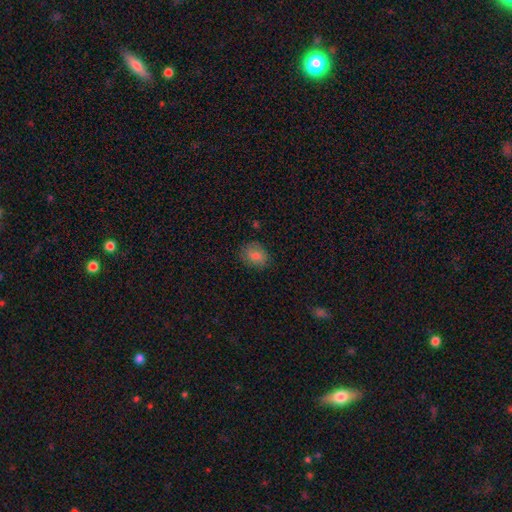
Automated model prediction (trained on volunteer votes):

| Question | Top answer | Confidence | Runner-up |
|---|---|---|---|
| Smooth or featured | smooth | 79% | star or artifact (11%) |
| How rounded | in between | 51% | round (48%) |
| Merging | none | 83% | minor disturbance (13%) |